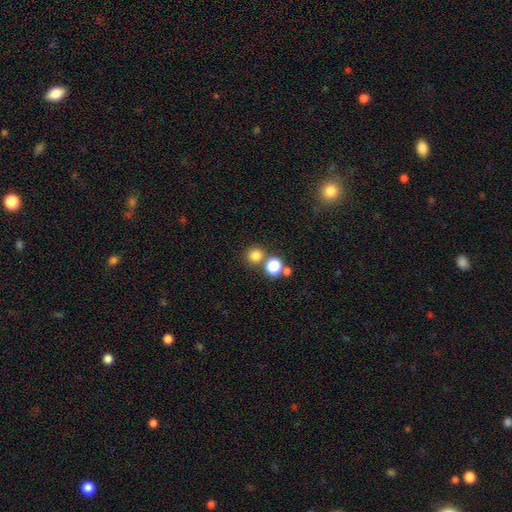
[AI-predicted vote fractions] Q: Smooth or featured?
A: smooth (78%); runner-up: star or artifact (16%)
Q: How rounded?
A: round (91%); runner-up: in between (8%)
Q: Merging?
A: none (72%); runner-up: merger (19%)